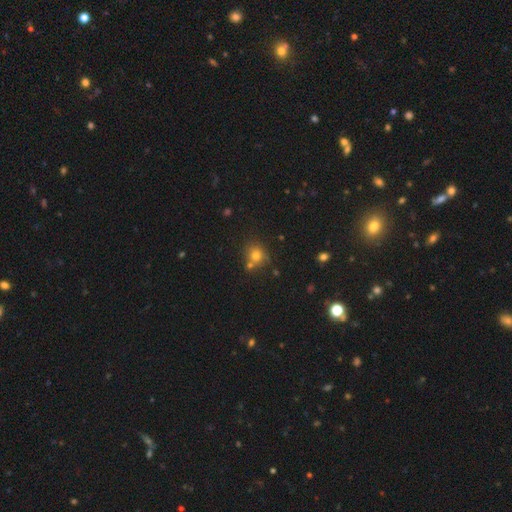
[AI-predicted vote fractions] Smooth or featured? Predicted: smooth (p=0.74). How rounded? Predicted: round (p=0.81). Merging? Predicted: none (p=0.62).